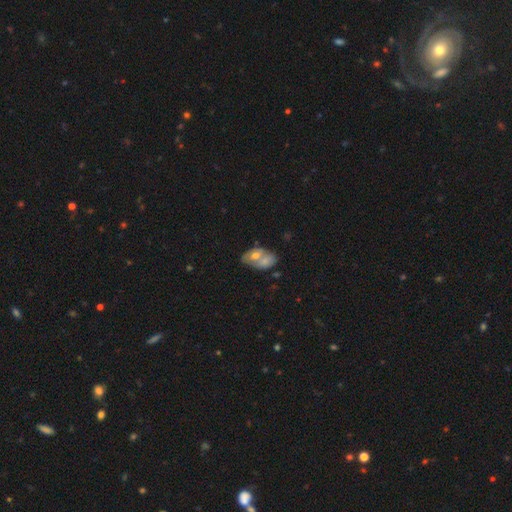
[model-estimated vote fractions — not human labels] A smooth galaxy with no disk features (52%) that is in between round and cigar-shaped (83%). Merging: merger (54%).